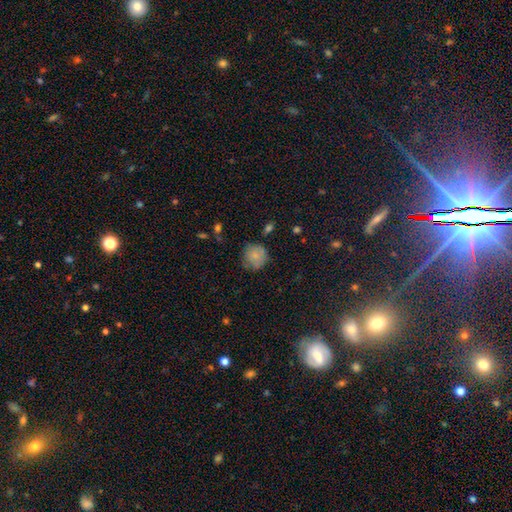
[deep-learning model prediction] smooth 79%, featured or disk 12%, star or artifact 9%. Down the decision tree: how rounded — round (89%); merging — none (69%).